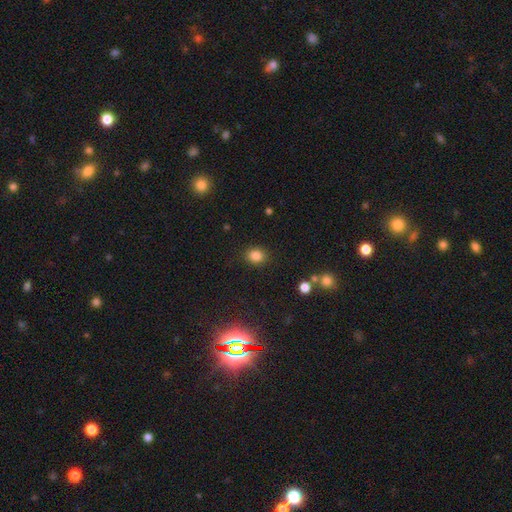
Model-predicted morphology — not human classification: smooth-or-featured: smooth: 83% | star or artifact: 13% | featured or disk: 5%
  how-rounded: round: 72% | in between: 27% | cigar-shaped: 1%
  merging: none: 88% | minor disturbance: 8% | major disturbance: 3% | merger: 2%